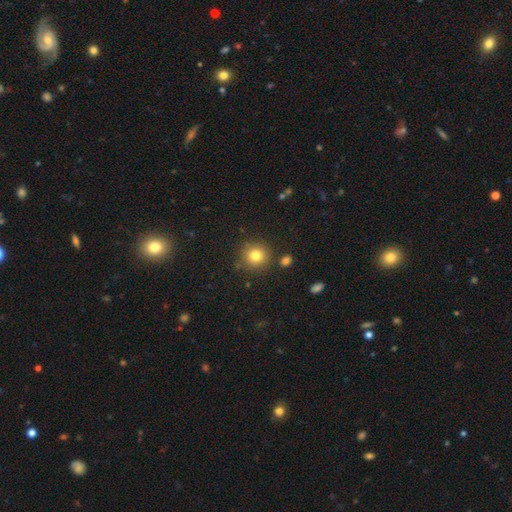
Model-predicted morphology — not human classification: Q: Smooth or featured?
A: smooth (80%); runner-up: star or artifact (12%)
Q: How rounded?
A: round (92%); runner-up: in between (7%)
Q: Merging?
A: none (85%); runner-up: minor disturbance (8%)